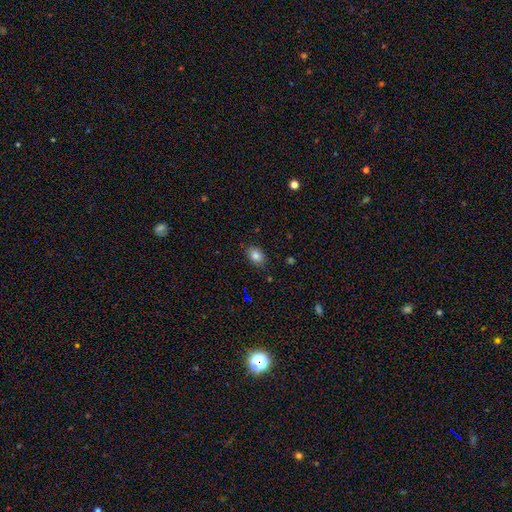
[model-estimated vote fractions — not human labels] Smooth or featured? Predicted: smooth (p=0.83). How rounded? Predicted: in between (p=0.78). Merging? Predicted: none (p=0.85).